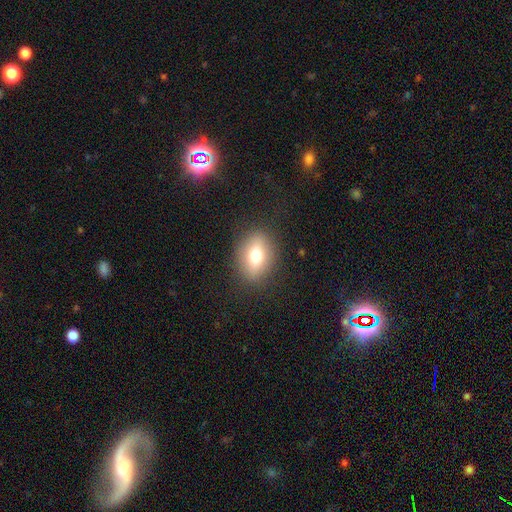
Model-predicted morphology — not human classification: Q: Smooth or featured?
A: smooth (71%); runner-up: featured or disk (18%)
Q: How rounded?
A: in between (64%); runner-up: round (34%)
Q: Merging?
A: none (86%); runner-up: minor disturbance (9%)